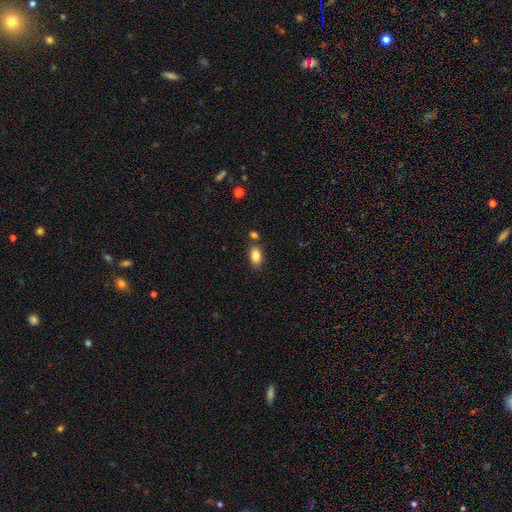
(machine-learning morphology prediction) Smooth or featured: smooth — 84% (star or artifact — 8%)
How rounded: in between — 89% (round — 8%)
Merging: none — 78% (minor disturbance — 11%)